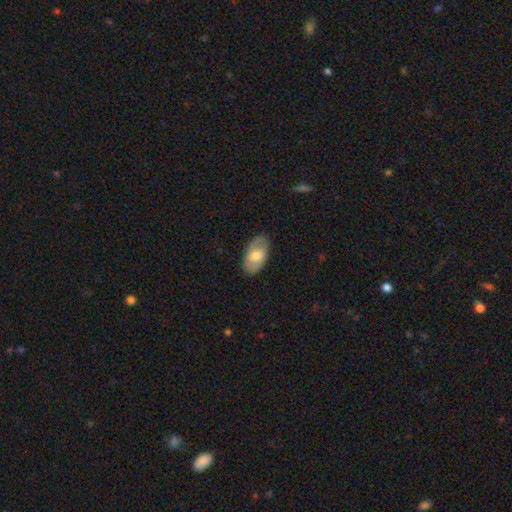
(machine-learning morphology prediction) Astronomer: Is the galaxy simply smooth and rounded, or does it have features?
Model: smooth — 60%.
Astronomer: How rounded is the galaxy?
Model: in between — 94%.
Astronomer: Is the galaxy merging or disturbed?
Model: none — 81%.